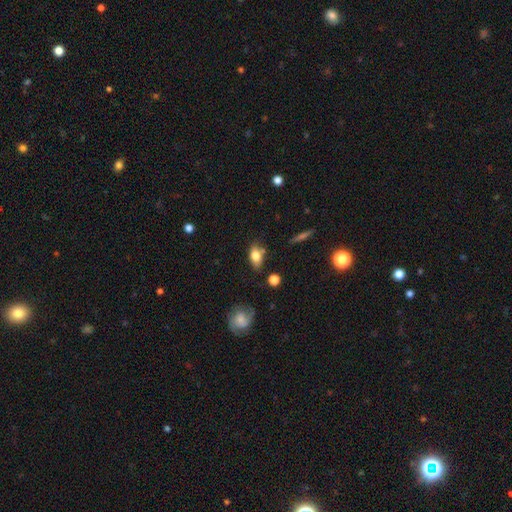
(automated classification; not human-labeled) Morphology: type=smooth (75%); roundness=in between (85%); merging=none (65%).